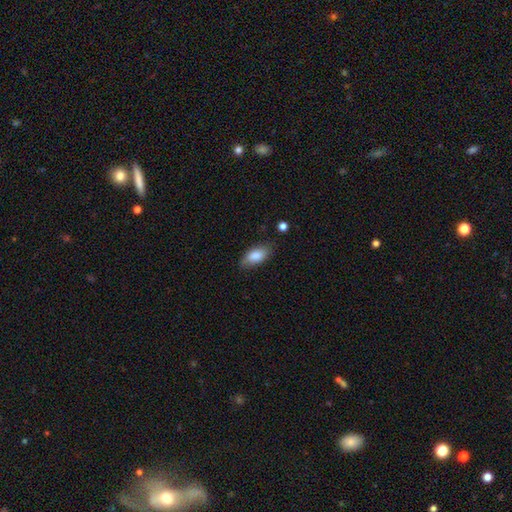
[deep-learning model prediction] Smooth or featured? smooth (83%)
How rounded? in between (88%)
Merging? none (73%)